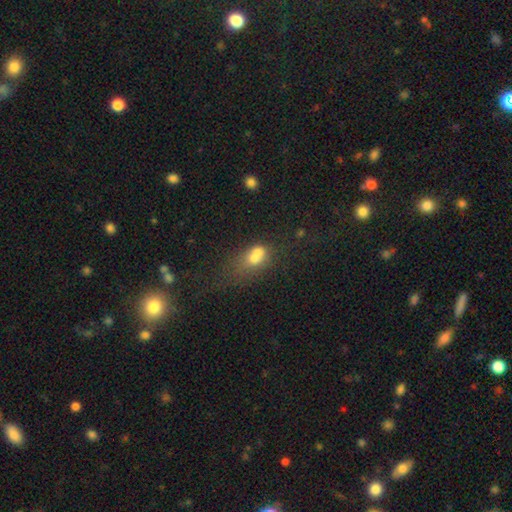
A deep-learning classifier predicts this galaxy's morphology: type=smooth (64%); roundness=in between (67%); merging=merger (49%).